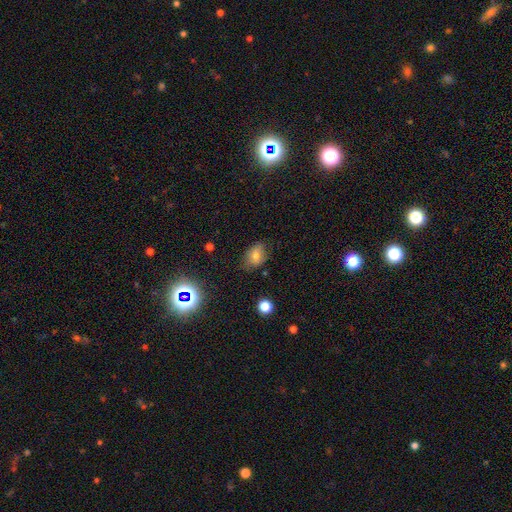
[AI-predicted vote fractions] Smooth or featured?
  - smooth: 72% *
  - featured or disk: 15%
  - star or artifact: 14%
How rounded?
  - in between: 75% *
  - round: 24%
  - cigar-shaped: 1%
Merging?
  - none: 68% *
  - minor disturbance: 24%
  - major disturbance: 6%
  - merger: 2%